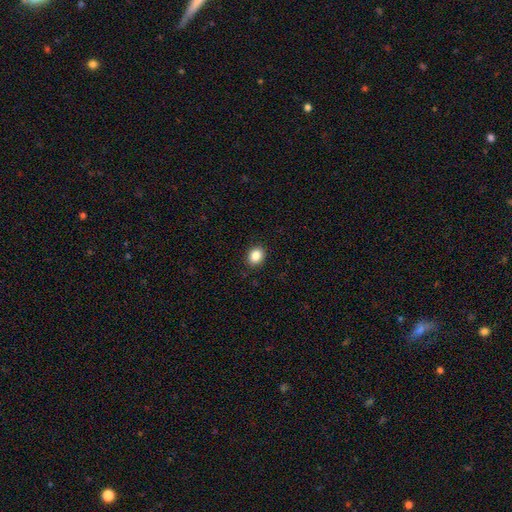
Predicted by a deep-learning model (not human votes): Smooth or featured: smooth — 87% (star or artifact — 10%)
How rounded: round — 60% (in between — 39%)
Merging: none — 90% (minor disturbance — 7%)